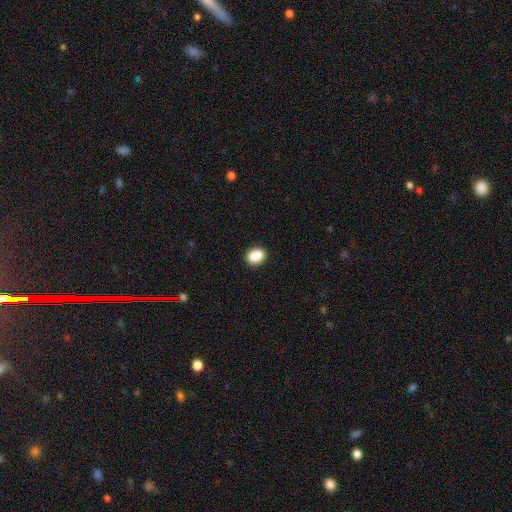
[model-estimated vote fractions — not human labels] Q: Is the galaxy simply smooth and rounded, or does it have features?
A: smooth — 89%.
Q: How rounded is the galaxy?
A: in between — 62%.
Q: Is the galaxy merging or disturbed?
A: none — 90%.